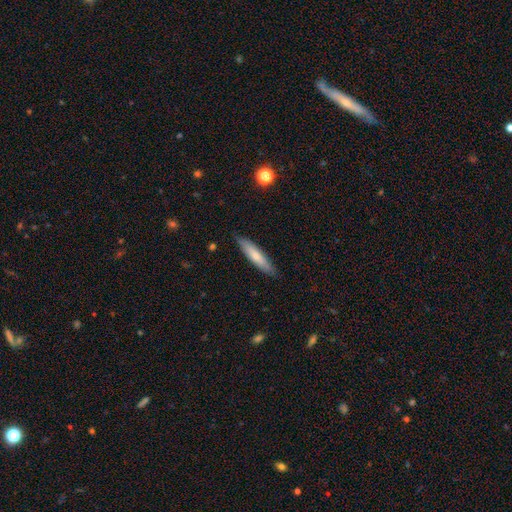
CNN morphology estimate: Q: Smooth or featured?
A: smooth (68%); runner-up: featured or disk (27%)
Q: How rounded?
A: cigar-shaped (82%); runner-up: in between (17%)
Q: Merging?
A: none (86%); runner-up: minor disturbance (11%)